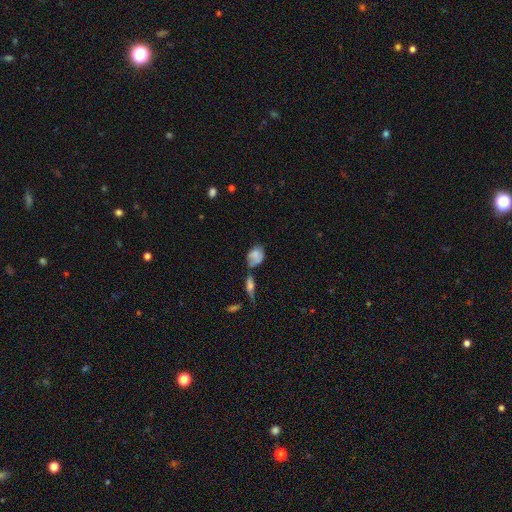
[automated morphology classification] A smooth galaxy with no disk features (69%) that is in between round and cigar-shaped (77%).

Vote fractions:
- Smooth or featured? smooth: 69% / featured or disk: 22% / star or artifact: 9%
- How rounded? in between: 77% / round: 21% / cigar-shaped: 3%
- Merging? none: 36% / minor disturbance: 28% / merger: 23% / major disturbance: 14%